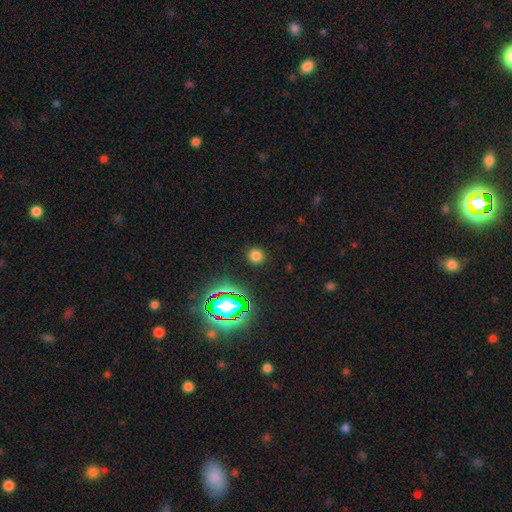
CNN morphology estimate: Smooth or featured? Predicted: smooth (p=0.72). How rounded? Predicted: round (p=0.90). Merging? Predicted: none (p=0.89).